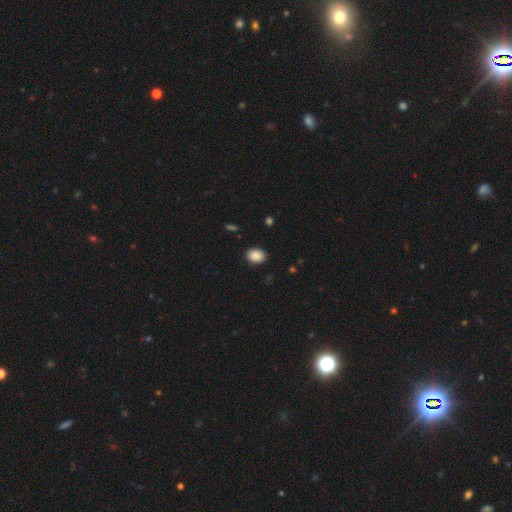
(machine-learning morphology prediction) A smooth galaxy with no disk features (88%) that is in between round and cigar-shaped (65%).

Vote fractions:
- Smooth or featured? smooth: 88% / star or artifact: 8% / featured or disk: 3%
- How rounded? in between: 65% / round: 34% / cigar-shaped: 1%
- Merging? none: 90% / minor disturbance: 7% / major disturbance: 2% / merger: 1%